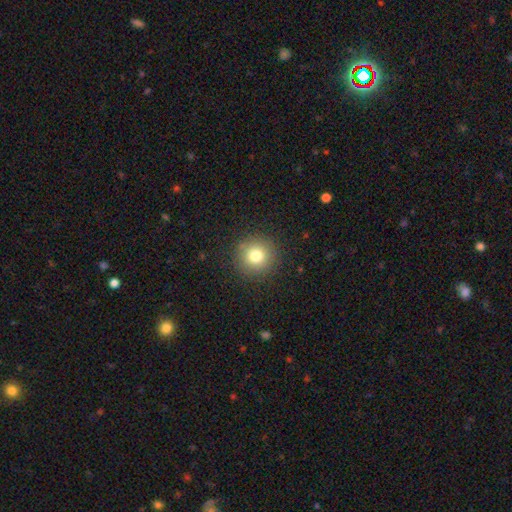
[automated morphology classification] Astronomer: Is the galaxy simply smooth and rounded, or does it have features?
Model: smooth — 78%.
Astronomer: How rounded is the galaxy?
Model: round — 94%.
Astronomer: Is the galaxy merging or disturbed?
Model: none — 89%.